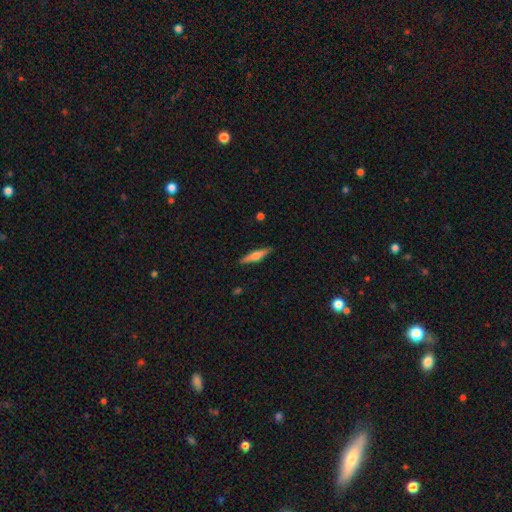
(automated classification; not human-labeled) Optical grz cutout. It shows a featured or disk galaxy (49%). Merging: none (89%).